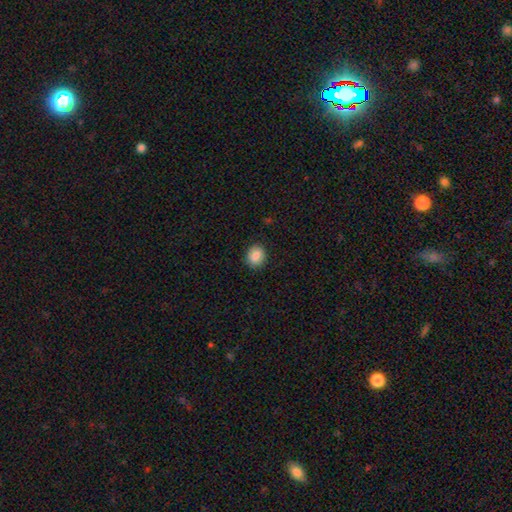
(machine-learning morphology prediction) smooth_or_featured: smooth (p=0.84) [alt: star or artifact p=0.08]
how_rounded: round (p=0.59) [alt: in between p=0.40]
merging: none (p=0.88) [alt: minor disturbance p=0.09]